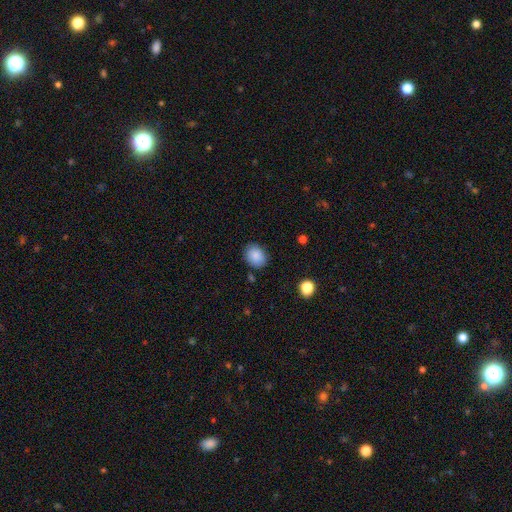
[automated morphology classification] This is clearly a smooth galaxy (87%). How rounded: possibly in between (53%). Merging: clearly none (81%).